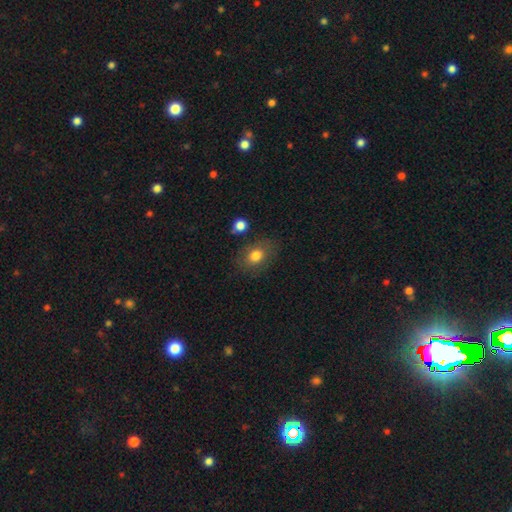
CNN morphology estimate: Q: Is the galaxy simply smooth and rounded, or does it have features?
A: smooth — 78%.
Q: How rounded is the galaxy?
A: in between — 64%.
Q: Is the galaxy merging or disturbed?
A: none — 74%.